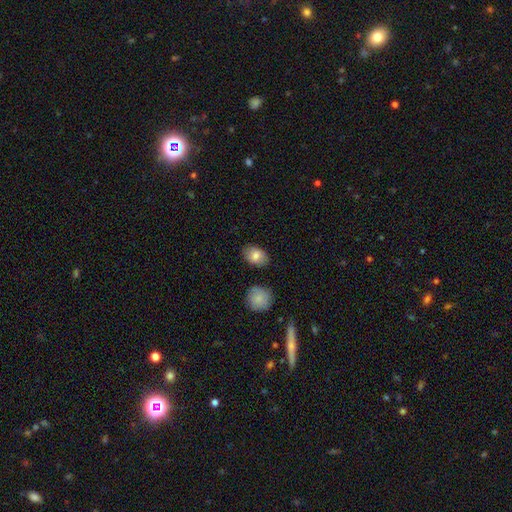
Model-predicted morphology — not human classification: A smooth galaxy with no disk features (81%) that is in between round and cigar-shaped (82%).

Vote fractions:
- Smooth or featured? smooth: 81% / featured or disk: 12% / star or artifact: 7%
- How rounded? in between: 82% / round: 16% / cigar-shaped: 1%
- Merging? none: 82% / minor disturbance: 12% / merger: 3% / major disturbance: 3%